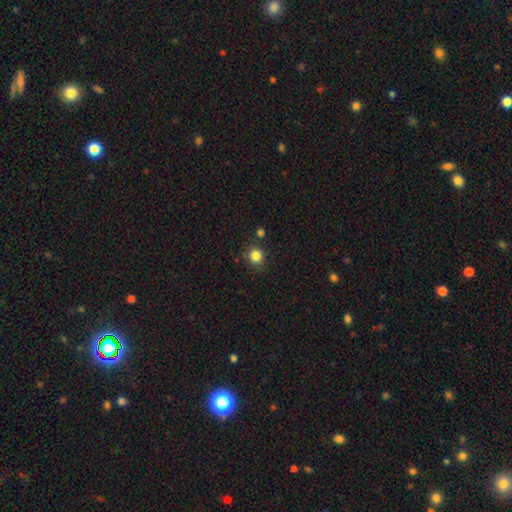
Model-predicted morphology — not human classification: This is clearly a smooth galaxy (84%). How rounded: clearly round (85%). Merging: clearly none (83%).